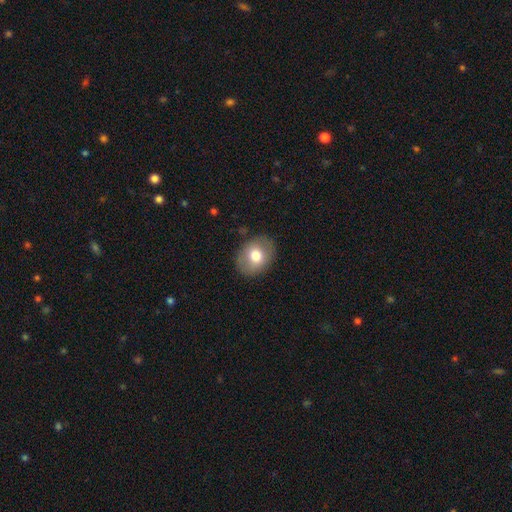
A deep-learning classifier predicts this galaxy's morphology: The model was most divided on "how rounded": in between: 57%, round: 42%, cigar-shaped: 1%. More confident: merging — none (86%); smooth or featured — smooth (74%).